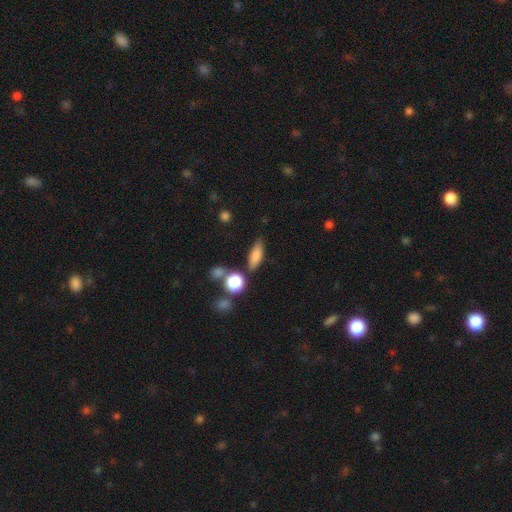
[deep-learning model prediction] A smooth galaxy with no disk features (78%) that is in between round and cigar-shaped (56%).

Vote fractions:
- Smooth or featured? smooth: 78% / featured or disk: 12% / star or artifact: 10%
- How rounded? in between: 56% / cigar-shaped: 36% / round: 8%
- Merging? none: 74% / minor disturbance: 14% / merger: 7% / major disturbance: 5%